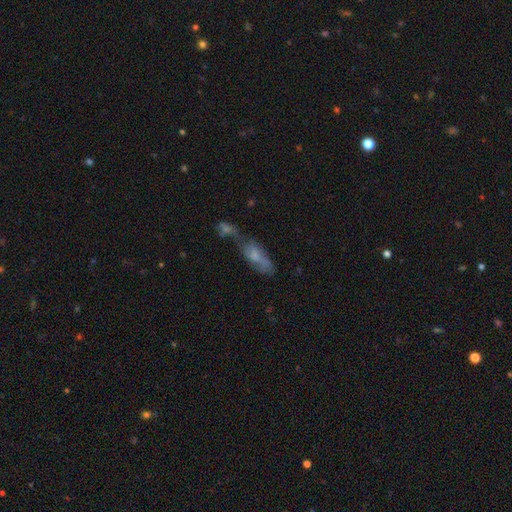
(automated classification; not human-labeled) Overall: smooth (56%; featured or disk 35%). How rounded: in between (65%; cigar-shaped 32%). Merging: merger (52%; none 21%).